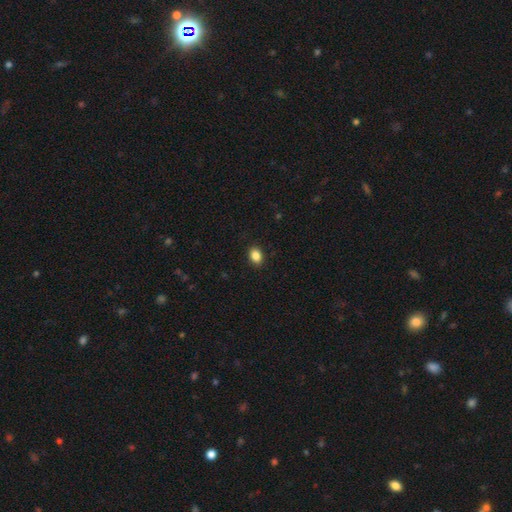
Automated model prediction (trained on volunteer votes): Smooth or featured: smooth — 87% (star or artifact — 9%)
How rounded: in between — 73% (round — 26%)
Merging: none — 90% (minor disturbance — 7%)